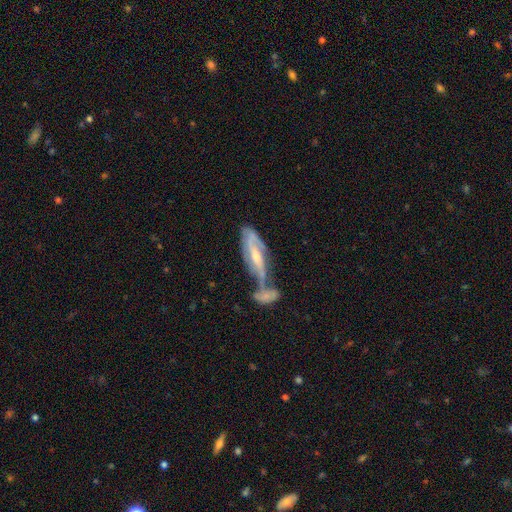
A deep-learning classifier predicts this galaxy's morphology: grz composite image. It shows a featured or disk galaxy (74%) with a weak bar (42%), spiral arms (84%) and a small central bulge (47%). Merging: merger (50%).